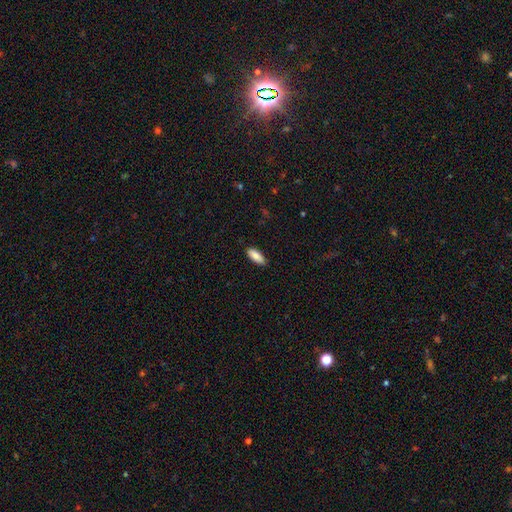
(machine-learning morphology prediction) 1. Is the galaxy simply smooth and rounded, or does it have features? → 86% smooth, 8% featured or disk, 6% star or artifact.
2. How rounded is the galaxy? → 79% in between, 20% cigar-shaped, 2% round.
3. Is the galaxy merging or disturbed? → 86% none, 11% minor disturbance, 2% major disturbance, 1% merger.